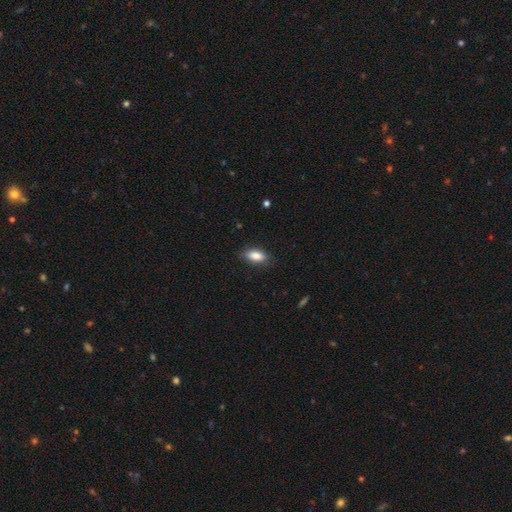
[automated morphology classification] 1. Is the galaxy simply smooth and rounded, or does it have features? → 86% smooth, 7% star or artifact, 7% featured or disk.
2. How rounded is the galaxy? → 87% in between, 9% cigar-shaped, 4% round.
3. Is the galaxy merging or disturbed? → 82% none, 14% minor disturbance, 3% major disturbance, 1% merger.